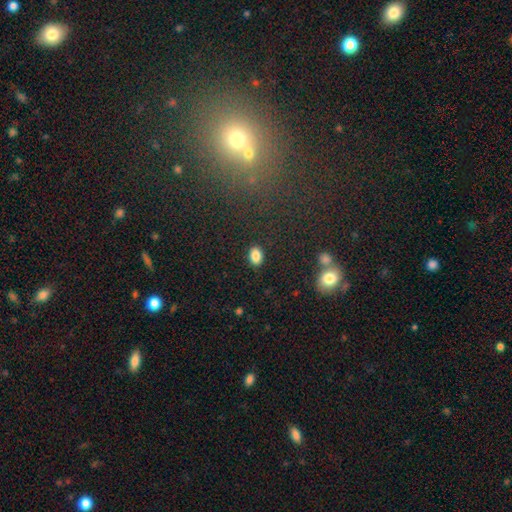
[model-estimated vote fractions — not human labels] A smooth galaxy with no disk features (85%) that is in between round and cigar-shaped (78%). Merging: none (88%).